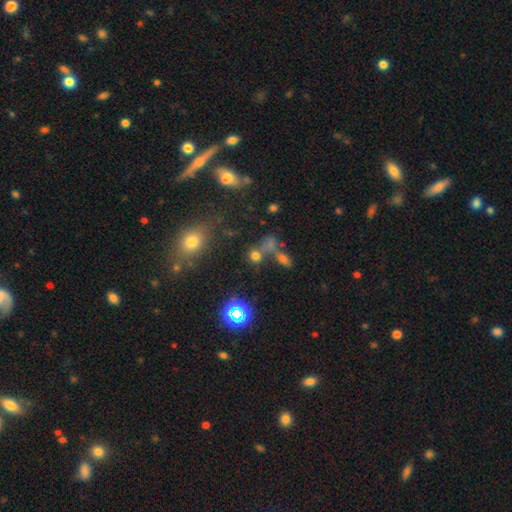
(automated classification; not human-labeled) Smooth or featured? smooth (61%)
How rounded? round (76%)
Merging? none (51%)